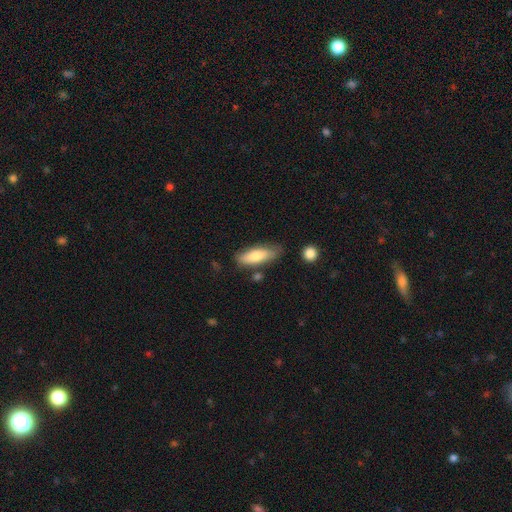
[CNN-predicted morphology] Smooth or featured? Predicted: smooth (p=0.75). How rounded? Predicted: in between (p=0.60). Merging? Predicted: none (p=0.70).